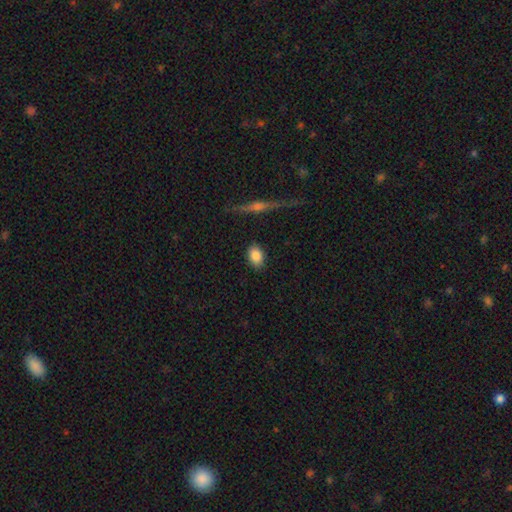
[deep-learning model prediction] Morphology: type=smooth (85%); roundness=in between (78%); merging=none (86%).